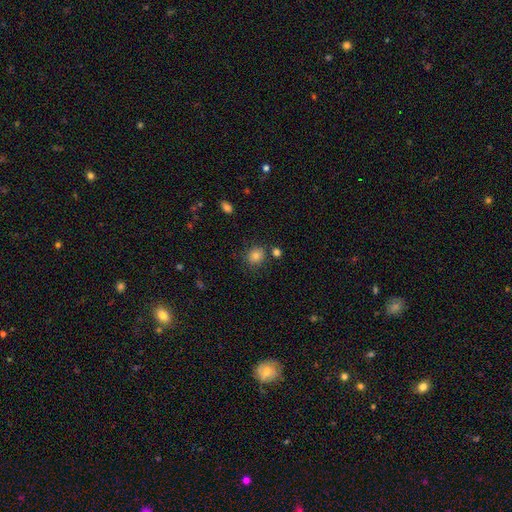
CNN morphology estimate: A smooth galaxy with no disk features (82%) that is round (76%).

Vote fractions:
- Smooth or featured? smooth: 82% / star or artifact: 12% / featured or disk: 6%
- How rounded? round: 76% / in between: 23% / cigar-shaped: 1%
- Merging? none: 79% / minor disturbance: 11% / merger: 6% / major disturbance: 3%